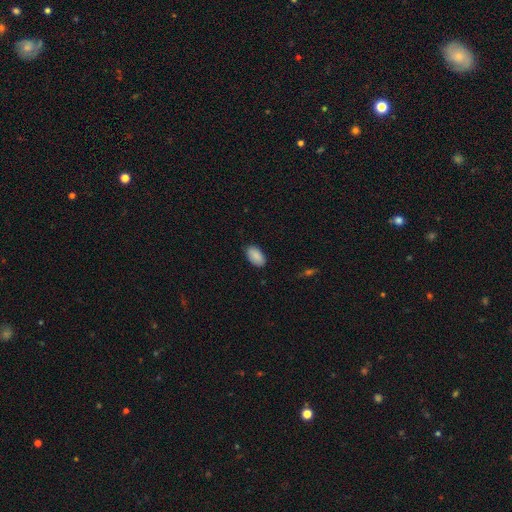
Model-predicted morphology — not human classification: Smooth or featured?
  - smooth: 89% *
  - star or artifact: 7%
  - featured or disk: 4%
How rounded?
  - in between: 95% *
  - round: 3%
  - cigar-shaped: 2%
Merging?
  - none: 87% *
  - minor disturbance: 10%
  - major disturbance: 2%
  - merger: 1%